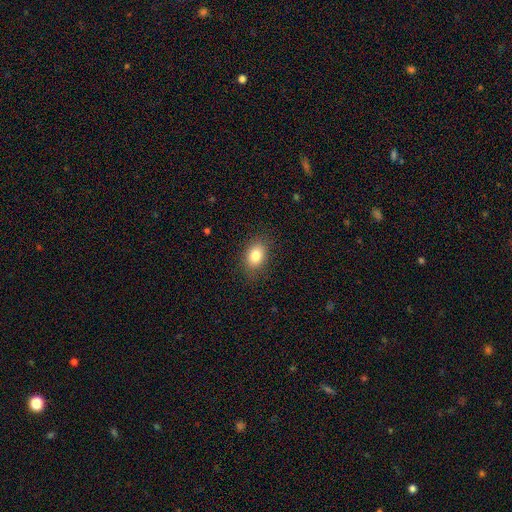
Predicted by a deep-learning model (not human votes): Smooth or featured? Predicted: smooth (p=0.82). How rounded? Predicted: in between (p=0.78). Merging? Predicted: none (p=0.85).